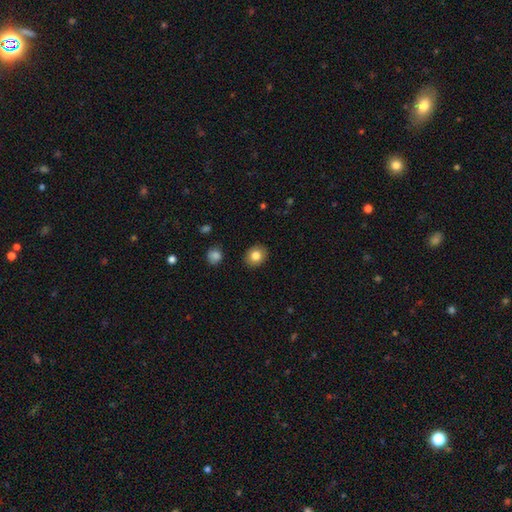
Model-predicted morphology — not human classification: type=smooth (83%); roundness=round (62%); merging=none (90%).